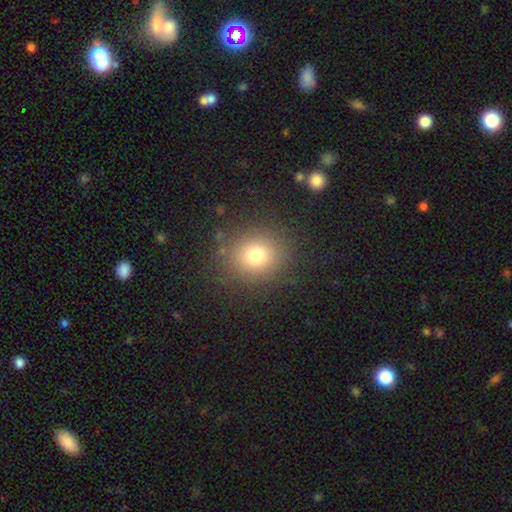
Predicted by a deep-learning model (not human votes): Smooth or featured? Predicted: smooth (p=0.76). How rounded? Predicted: round (p=0.81). Merging? Predicted: none (p=0.86).